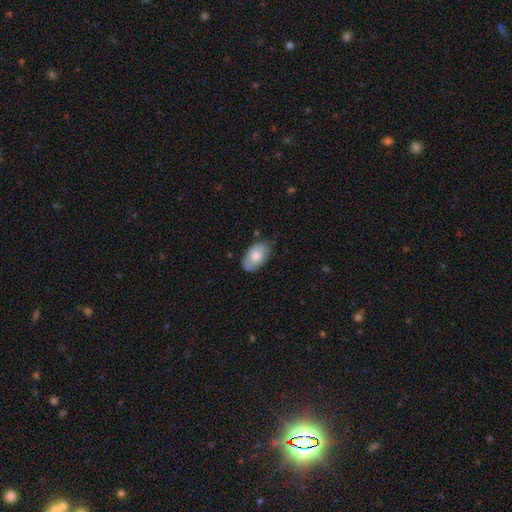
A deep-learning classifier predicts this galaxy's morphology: smooth 65%, featured or disk 29%, star or artifact 6%. Down the decision tree: how rounded — in between (93%); merging — none (71%).